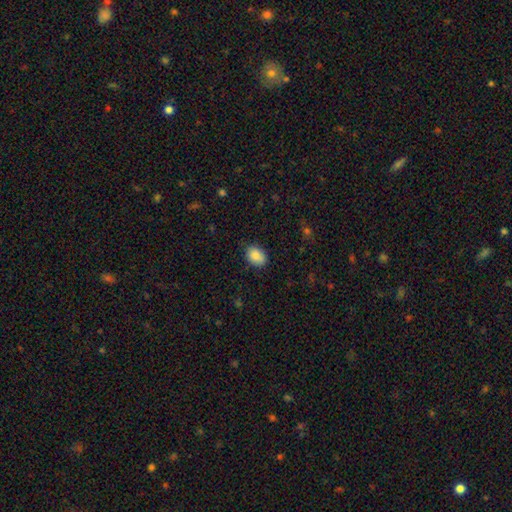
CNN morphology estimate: A smooth galaxy with no disk features (88%) that is in between round and cigar-shaped (76%).

Vote fractions:
- Smooth or featured? smooth: 88% / star or artifact: 7% / featured or disk: 4%
- How rounded? in between: 76% / round: 23% / cigar-shaped: 1%
- Merging? none: 81% / minor disturbance: 15% / major disturbance: 3% / merger: 1%